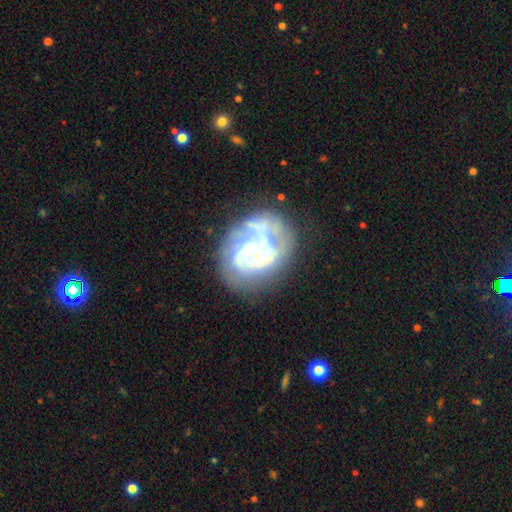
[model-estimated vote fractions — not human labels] This appears to be a featured or disk galaxy (77%) with no bar (66%), medium (39%, tied with tight) spiral arms (72%) and a small central bulge (56%). Merging: none (44%).